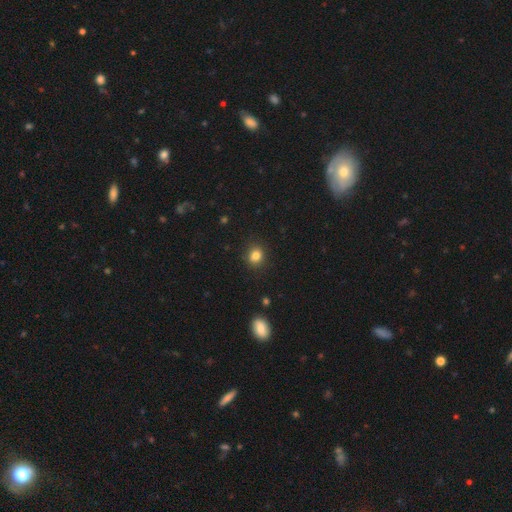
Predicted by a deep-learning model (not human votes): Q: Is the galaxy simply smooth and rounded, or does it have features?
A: smooth — 83%.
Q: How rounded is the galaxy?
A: round — 71%.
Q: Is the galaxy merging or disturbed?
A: none — 87%.